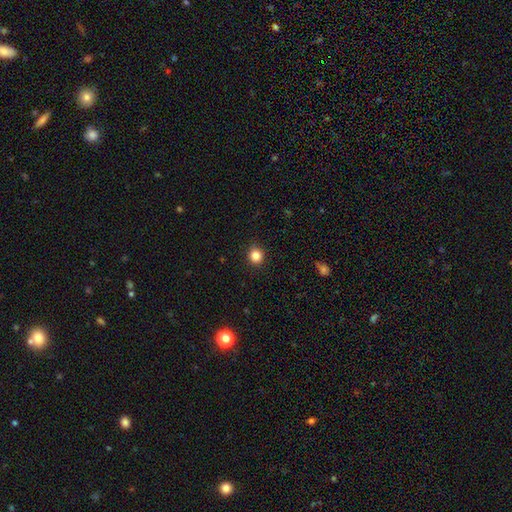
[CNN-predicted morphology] A smooth galaxy with no disk features (84%) that is round (88%). Merging: none (91%).